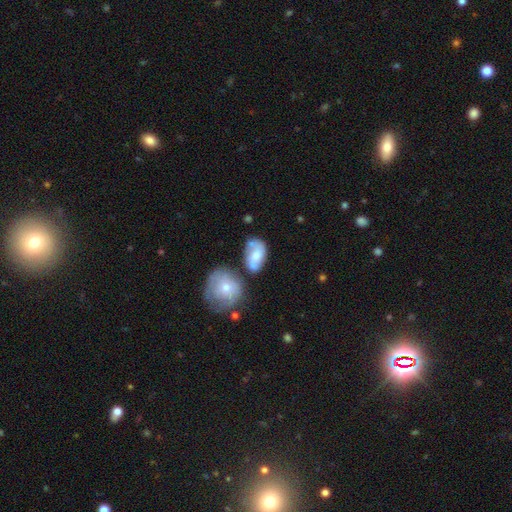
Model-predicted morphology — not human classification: A smooth galaxy with no disk features (47%). Merging: none (48%).